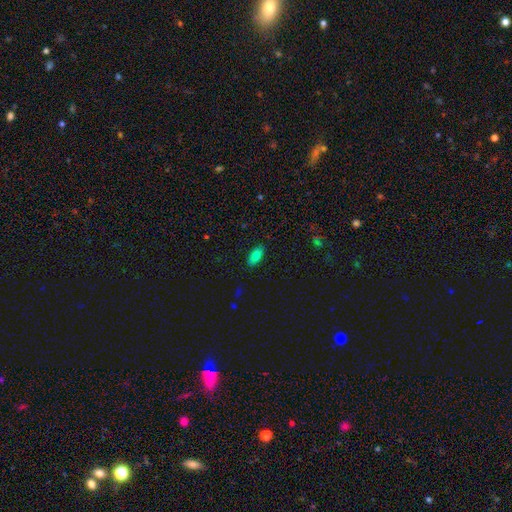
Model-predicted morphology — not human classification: The model was most divided on "smooth or featured": smooth: 83%, star or artifact: 9%, featured or disk: 8%. More confident: how rounded — in between (90%); merging — none (87%).